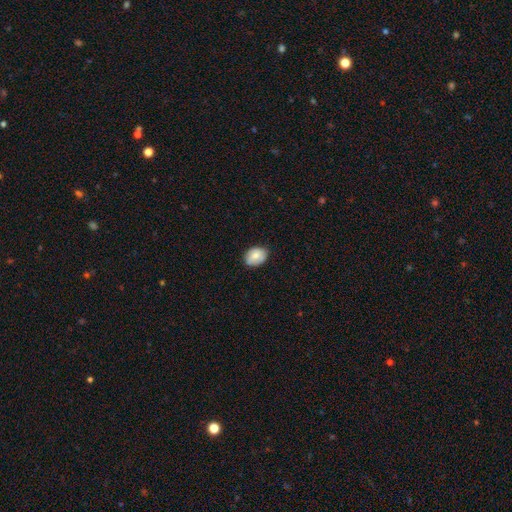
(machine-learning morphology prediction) Smooth or featured? Predicted: smooth (p=0.77). How rounded? Predicted: in between (p=0.66). Merging? Predicted: none (p=0.79).